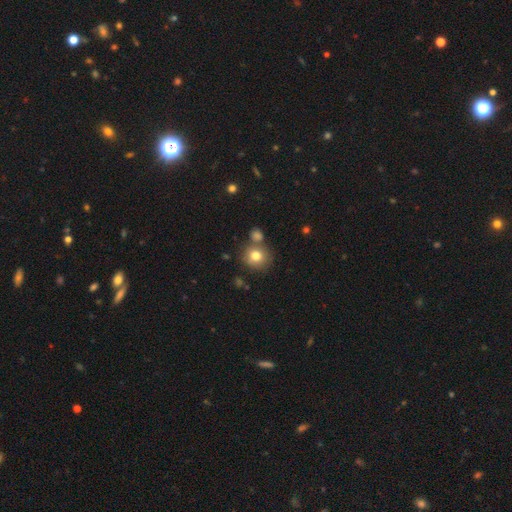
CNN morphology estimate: smooth 79%, star or artifact 11%, featured or disk 10%. Down the decision tree: how rounded — round (85%); merging — none (67%).